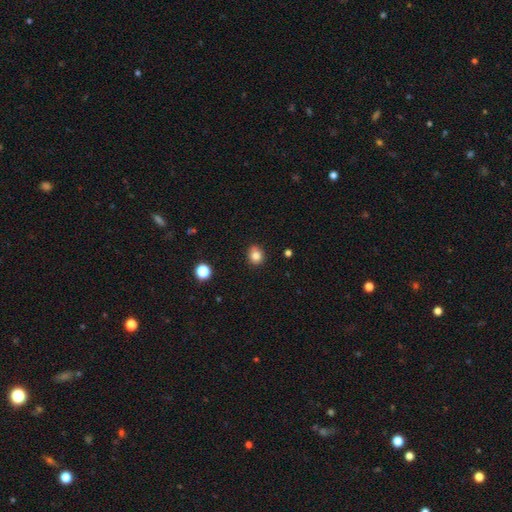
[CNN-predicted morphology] type=smooth (82%); roundness=round (73%); merging=none (84%).